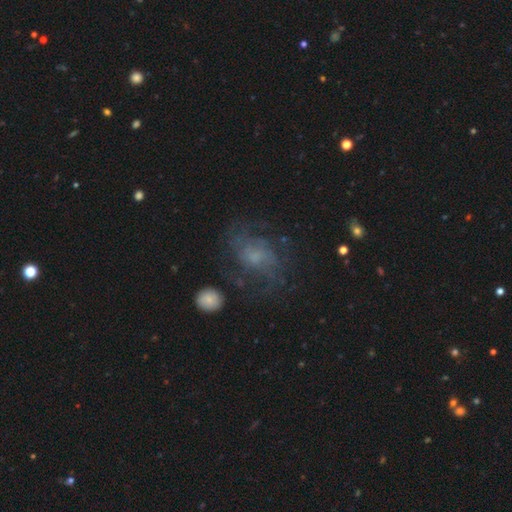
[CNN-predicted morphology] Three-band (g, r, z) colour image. It shows a featured or disk galaxy (63%) with no bar (69%), spiral arms (79%) and a small central bulge (44%). Merging: none (61%).